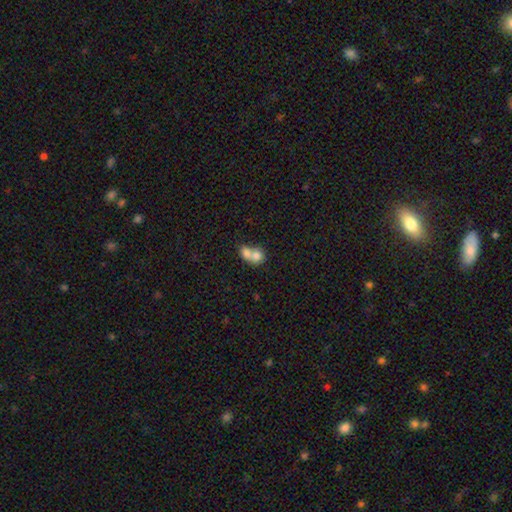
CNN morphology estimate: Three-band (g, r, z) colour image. It shows a smooth galaxy with no disk features (75%) that is round (59%). Merging: merger (76%).